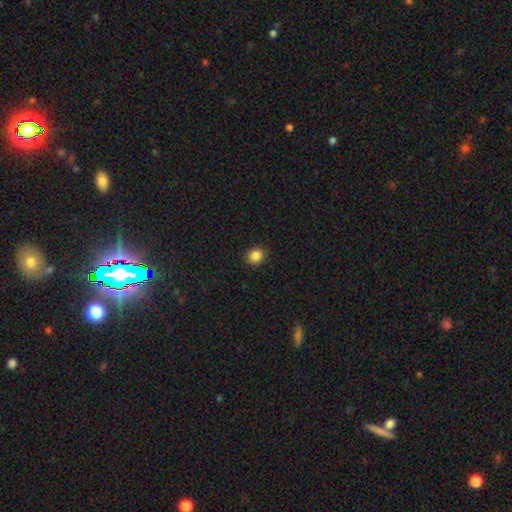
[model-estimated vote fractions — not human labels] The model was most divided on "how rounded": round: 68%, in between: 31%, cigar-shaped: 1%. More confident: merging — none (91%); smooth or featured — smooth (85%).